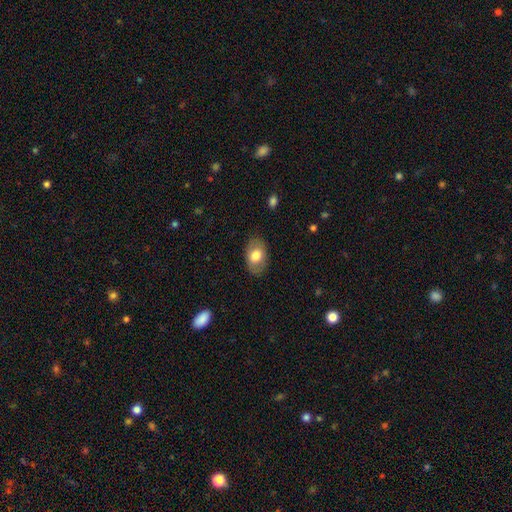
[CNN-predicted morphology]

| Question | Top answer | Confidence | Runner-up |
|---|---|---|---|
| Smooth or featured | smooth | 72% | featured or disk (21%) |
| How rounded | in between | 86% | round (12%) |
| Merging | none | 82% | minor disturbance (13%) |